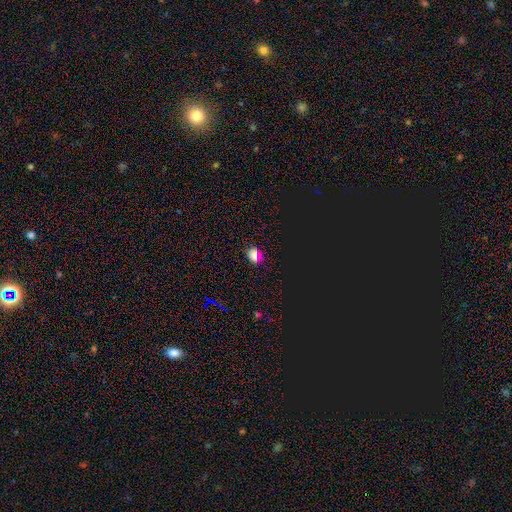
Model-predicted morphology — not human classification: This appears to be a smooth galaxy with no disk features (60%) that is round (55%). Merging: none (86%).